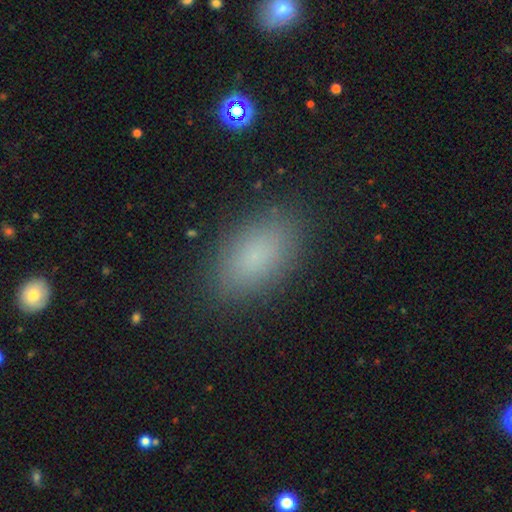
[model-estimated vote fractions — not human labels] Q: Smooth or featured?
A: smooth (83%); runner-up: star or artifact (10%)
Q: How rounded?
A: in between (92%); runner-up: round (5%)
Q: Merging?
A: none (87%); runner-up: minor disturbance (9%)